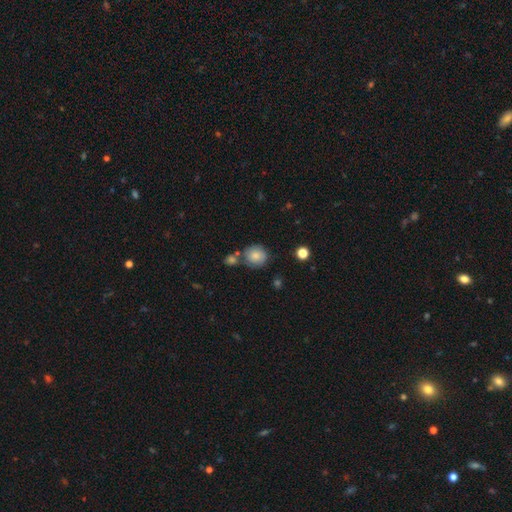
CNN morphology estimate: Smooth or featured? smooth (78%)
How rounded? round (86%)
Merging? none (65%)